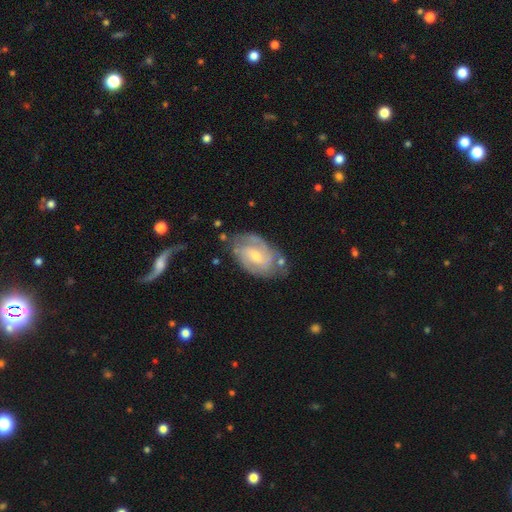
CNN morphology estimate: smooth_or_featured: featured or disk (p=0.78) [alt: smooth p=0.16]
disk_edge_on: no (p=0.96) [alt: yes p=0.04]
bar: weak (p=0.49) [alt: no p=0.39]
has_spiral_arms: yes (p=0.91) [alt: no p=0.09]
spiral_winding: tight (p=0.49) [alt: medium p=0.38]
spiral_arm_count: 2 (p=0.57) [alt: can't tell p=0.24]
bulge_size: small (p=0.50) [alt: moderate p=0.45]
merging: none (p=0.64) [alt: minor disturbance p=0.22]